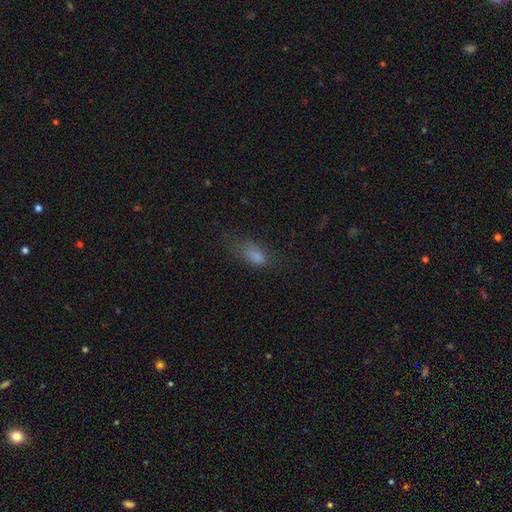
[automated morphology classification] A smooth galaxy with no disk features (71%) that is in between round and cigar-shaped (75%).

Vote fractions:
- Smooth or featured? smooth: 71% / star or artifact: 16% / featured or disk: 14%
- How rounded? in between: 75% / cigar-shaped: 20% / round: 6%
- Merging? none: 53% / minor disturbance: 26% / major disturbance: 20% / merger: 2%